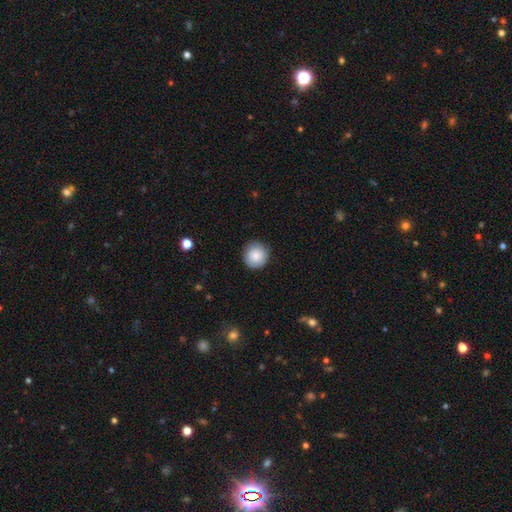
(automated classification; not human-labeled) Smooth or featured? Predicted: smooth (p=0.83). How rounded? Predicted: round (p=0.94). Merging? Predicted: none (p=0.86).